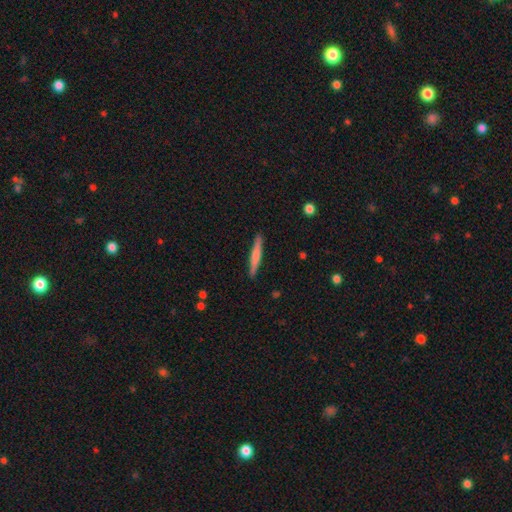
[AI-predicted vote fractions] Smooth or featured? smooth (62%)
How rounded? cigar-shaped (95%)
Merging? none (91%)